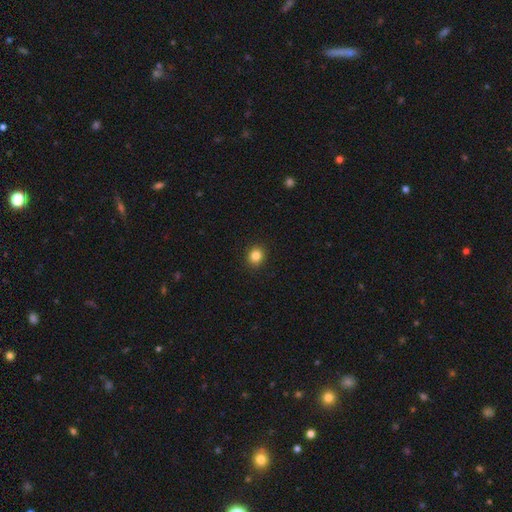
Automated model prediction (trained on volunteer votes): Smooth or featured? smooth (84%)
How rounded? round (80%)
Merging? none (92%)